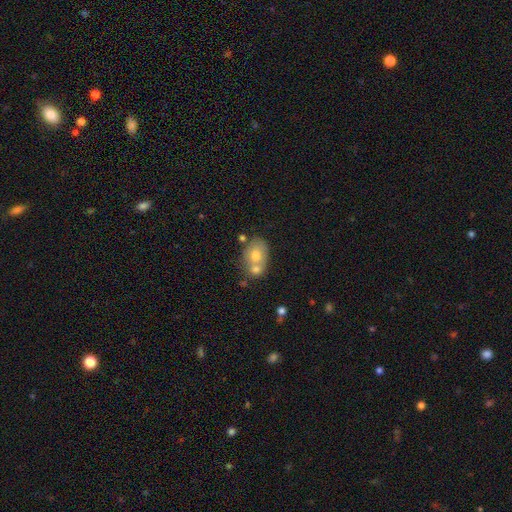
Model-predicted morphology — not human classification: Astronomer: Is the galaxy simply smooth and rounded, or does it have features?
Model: smooth — 66%.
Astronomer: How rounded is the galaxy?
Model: in between — 63%.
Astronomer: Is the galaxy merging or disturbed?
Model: merger — 45% (runner-up: none, 39%).